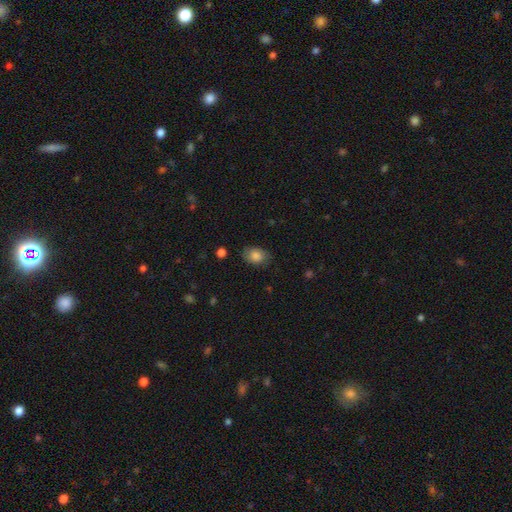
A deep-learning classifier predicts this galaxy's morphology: Smooth or featured? smooth (83%)
How rounded? in between (76%)
Merging? none (78%)